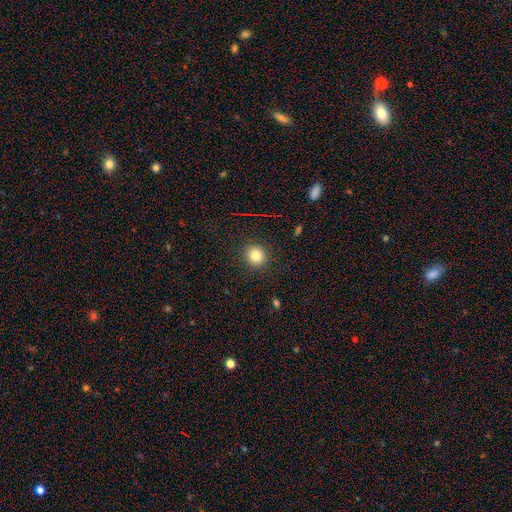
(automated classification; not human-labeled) smooth-or-featured: smooth: 80% | star or artifact: 13% | featured or disk: 7%
  how-rounded: round: 91% | in between: 8% | cigar-shaped: 1%
  merging: none: 90% | minor disturbance: 6% | major disturbance: 2% | merger: 1%